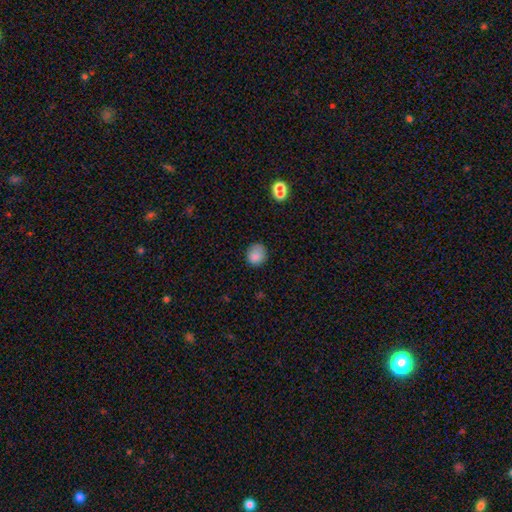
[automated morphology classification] Smooth or featured? smooth (84%)
How rounded? round (81%)
Merging? none (74%)